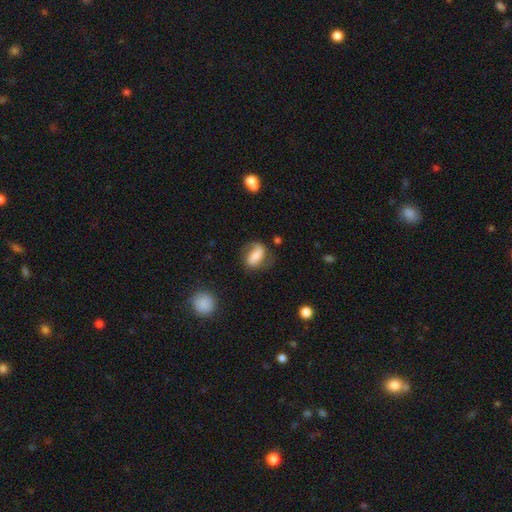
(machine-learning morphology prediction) smooth_or_featured: featured or disk (p=0.53) [alt: smooth p=0.39]
disk_edge_on: no (p=0.95) [alt: yes p=0.05]
bar: strong (p=0.40) [alt: weak p=0.31]
has_spiral_arms: yes (p=0.84) [alt: no p=0.16]
bulge_size: moderate (p=0.42) [alt: small p=0.34]
merging: none (p=0.63) [alt: minor disturbance p=0.22]